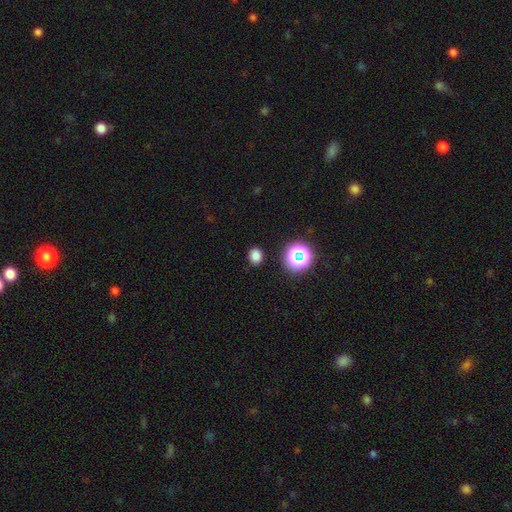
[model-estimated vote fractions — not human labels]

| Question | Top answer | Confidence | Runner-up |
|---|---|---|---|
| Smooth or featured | smooth | 79% | star or artifact (17%) |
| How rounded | round | 60% | in between (39%) |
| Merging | none | 88% | minor disturbance (8%) |